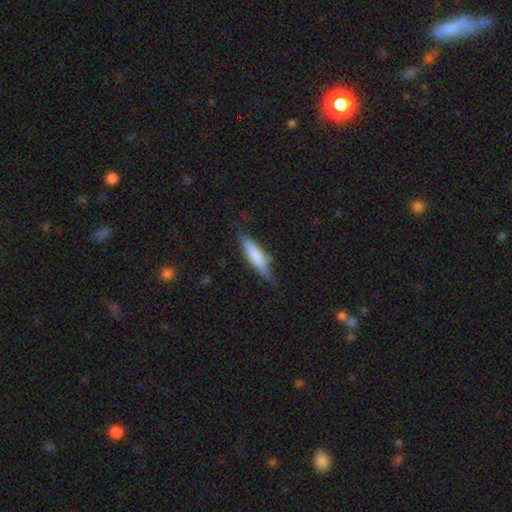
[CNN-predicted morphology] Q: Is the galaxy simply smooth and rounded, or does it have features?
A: smooth — 72%.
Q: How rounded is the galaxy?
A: cigar-shaped — 70%.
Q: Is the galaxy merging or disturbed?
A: none — 66%.